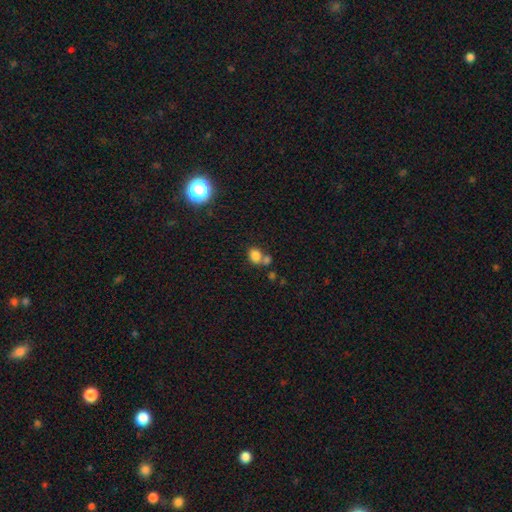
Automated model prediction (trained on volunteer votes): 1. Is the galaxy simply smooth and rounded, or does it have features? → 80% smooth, 13% star or artifact, 7% featured or disk.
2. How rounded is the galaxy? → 51% in between, 48% round, 1% cigar-shaped.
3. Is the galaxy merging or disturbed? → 46% none, 39% merger, 10% minor disturbance, 5% major disturbance.